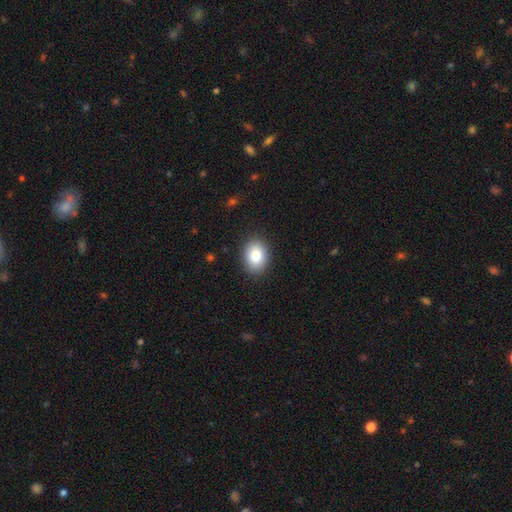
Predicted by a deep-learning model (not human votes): Overall: smooth (86%). How rounded: in between (70%). Merging: none (88%).